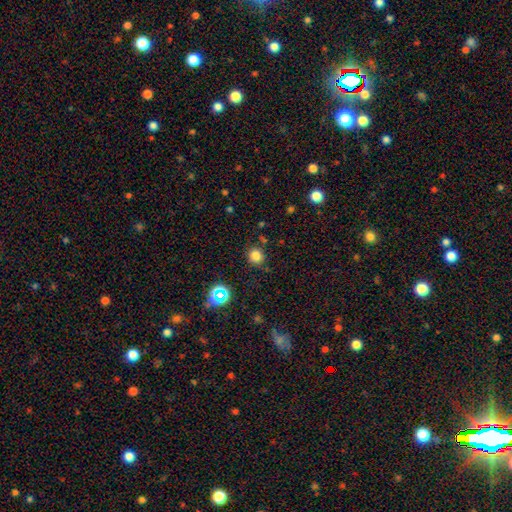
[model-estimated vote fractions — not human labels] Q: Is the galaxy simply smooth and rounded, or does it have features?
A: smooth — 79%.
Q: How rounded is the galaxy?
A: round — 85%.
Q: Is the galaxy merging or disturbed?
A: none — 84%.